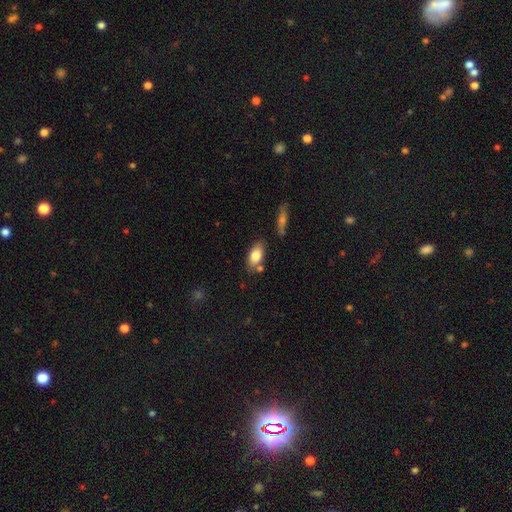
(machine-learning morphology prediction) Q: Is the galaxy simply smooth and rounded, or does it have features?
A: smooth — 80%.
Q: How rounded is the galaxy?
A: in between — 88%.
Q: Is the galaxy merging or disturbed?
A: none — 72%.